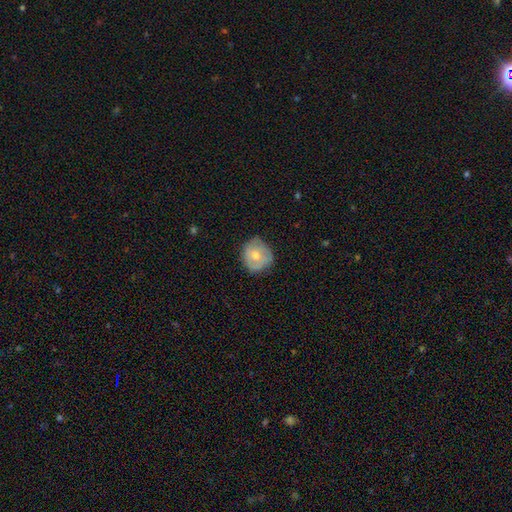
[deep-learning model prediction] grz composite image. It shows a smooth galaxy with no disk features (59%) that is round (85%). Merging: none (68%).